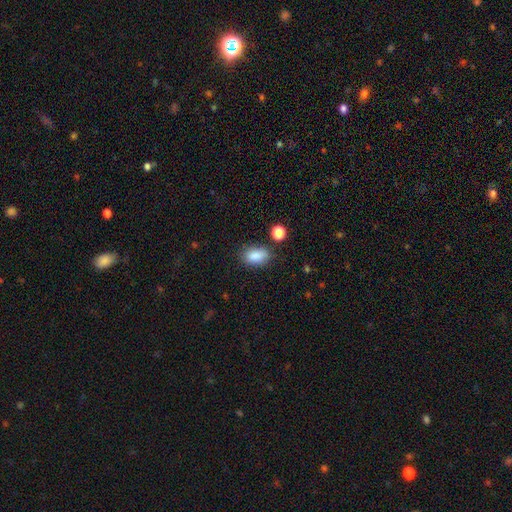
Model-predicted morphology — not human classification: This appears to be a smooth galaxy with no disk features (87%) that is in between round and cigar-shaped (88%). Merging: none (74%).